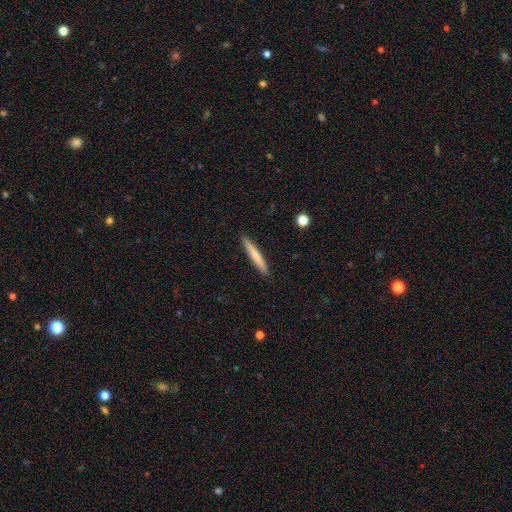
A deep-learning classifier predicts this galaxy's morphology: Overall: smooth (68%). How rounded: cigar-shaped (95%). Merging: none (91%).